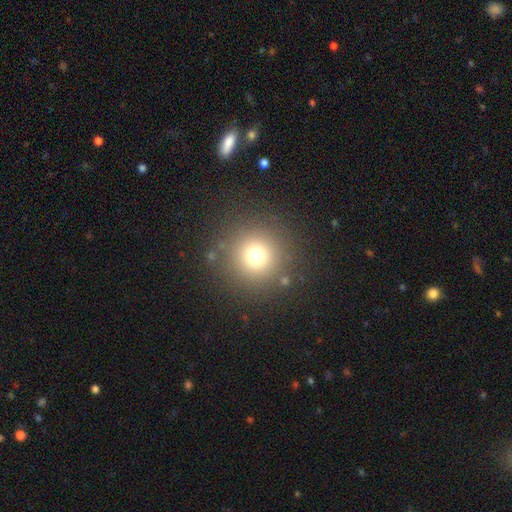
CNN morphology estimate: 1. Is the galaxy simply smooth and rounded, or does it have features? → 72% smooth, 18% star or artifact, 10% featured or disk.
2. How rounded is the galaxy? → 96% round, 3% in between, 1% cigar-shaped.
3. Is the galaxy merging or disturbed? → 87% none, 7% minor disturbance, 4% major disturbance, 3% merger.